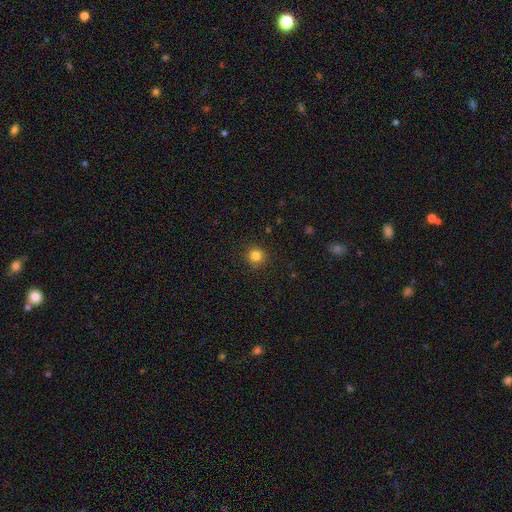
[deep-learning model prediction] This appears to be a smooth galaxy with no disk features (83%) that is round (91%). Merging: none (90%).